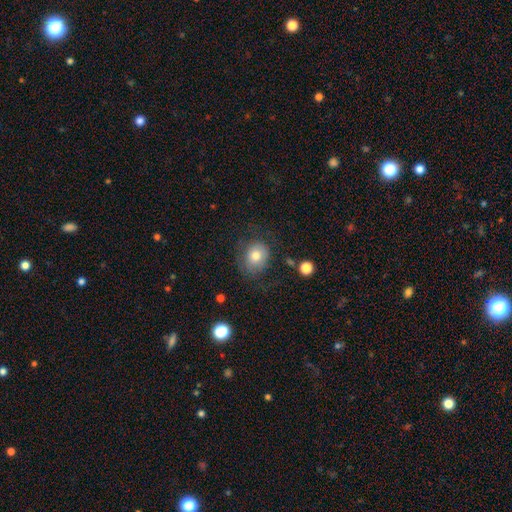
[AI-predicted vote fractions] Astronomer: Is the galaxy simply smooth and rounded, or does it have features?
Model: smooth — 74%.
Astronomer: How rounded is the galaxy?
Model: round — 74%.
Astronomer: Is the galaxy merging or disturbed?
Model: none — 63%.